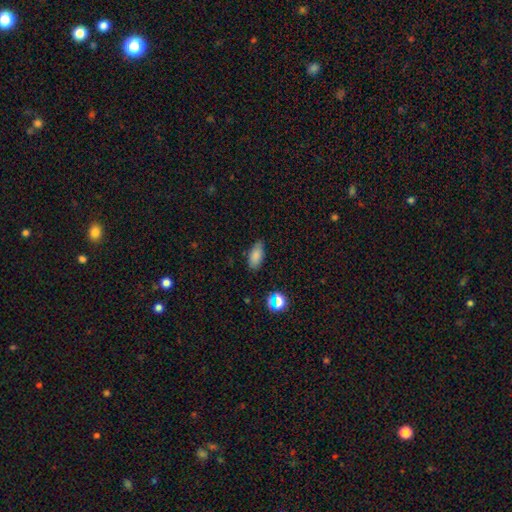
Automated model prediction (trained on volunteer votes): Smooth or featured?
  - smooth: 81% *
  - star or artifact: 12%
  - featured or disk: 7%
How rounded?
  - in between: 88% *
  - cigar-shaped: 8%
  - round: 4%
Merging?
  - none: 75% *
  - minor disturbance: 20%
  - major disturbance: 4%
  - merger: 2%